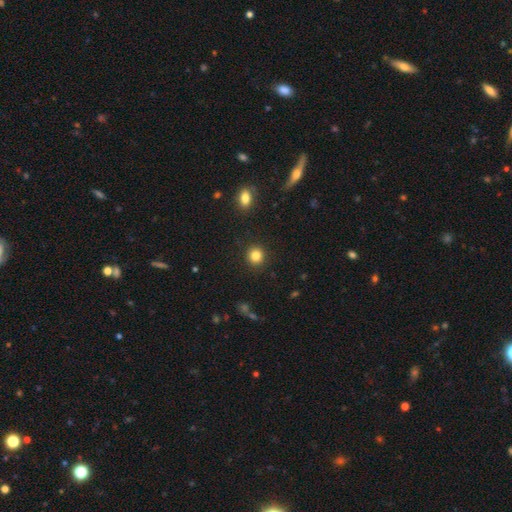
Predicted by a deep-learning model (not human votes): A smooth galaxy with no disk features (84%) that is round (91%).

Vote fractions:
- Smooth or featured? smooth: 84% / star or artifact: 11% / featured or disk: 6%
- How rounded? round: 91% / in between: 8% / cigar-shaped: 1%
- Merging? none: 91% / minor disturbance: 5% / major disturbance: 2% / merger: 1%